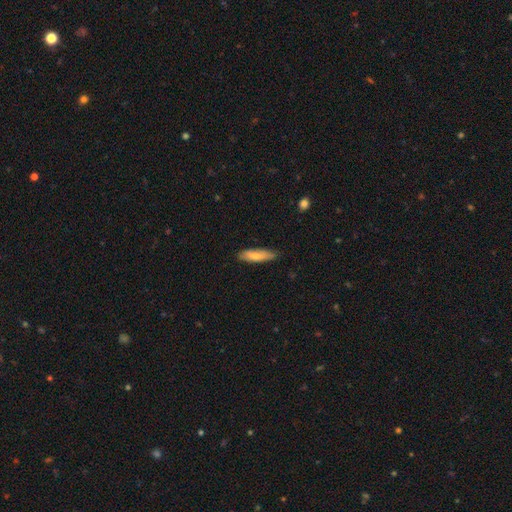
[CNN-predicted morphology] type=smooth (74%); roundness=cigar-shaped (64%); merging=none (78%).